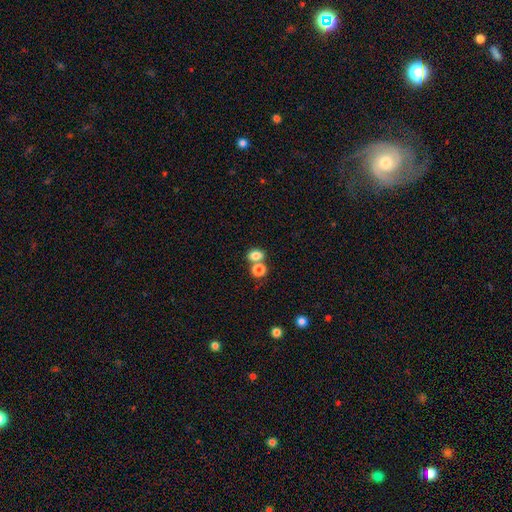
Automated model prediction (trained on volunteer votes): A smooth galaxy with no disk features (81%) that is in between round and cigar-shaped (59%). Merging: none (46%).